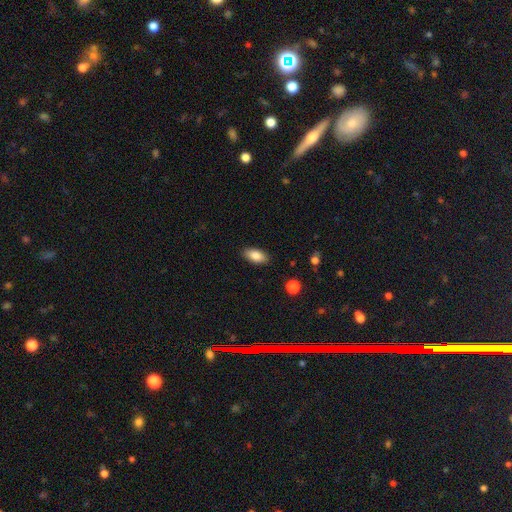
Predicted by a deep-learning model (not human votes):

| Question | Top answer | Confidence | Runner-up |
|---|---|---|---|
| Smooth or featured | smooth | 85% | featured or disk (8%) |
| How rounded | in between | 91% | cigar-shaped (6%) |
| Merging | none | 88% | minor disturbance (9%) |